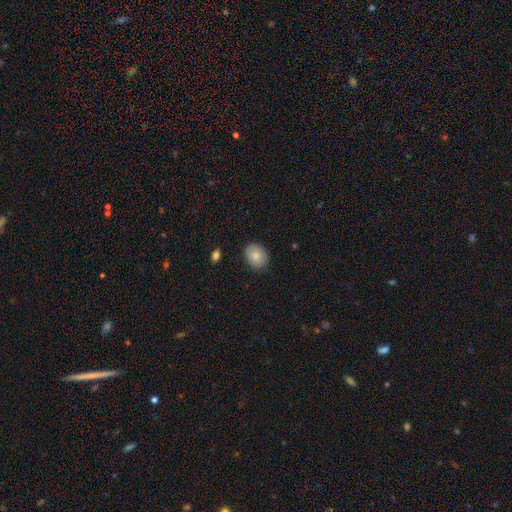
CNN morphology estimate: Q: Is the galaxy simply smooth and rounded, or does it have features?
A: smooth — 82%.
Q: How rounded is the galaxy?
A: in between — 57%.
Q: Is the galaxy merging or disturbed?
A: none — 87%.